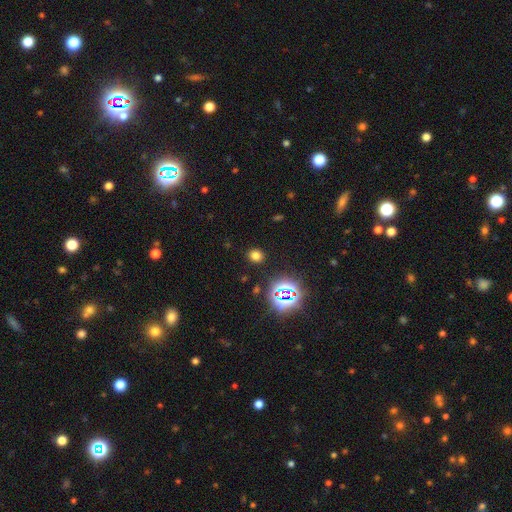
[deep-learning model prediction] Smooth or featured?
  - smooth: 68% *
  - star or artifact: 26%
  - featured or disk: 6%
How rounded?
  - round: 74% *
  - in between: 25%
  - cigar-shaped: 1%
Merging?
  - none: 88% *
  - minor disturbance: 7%
  - major disturbance: 3%
  - merger: 2%